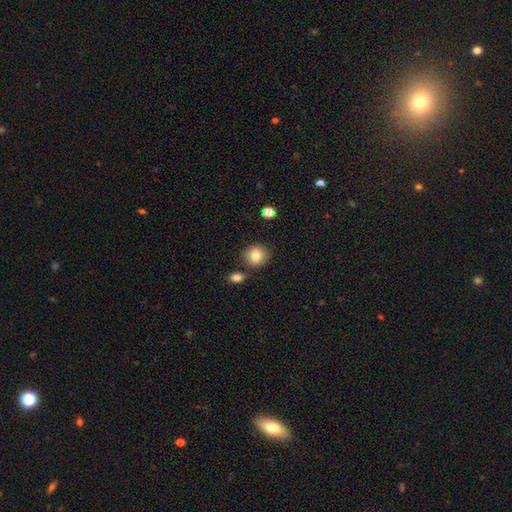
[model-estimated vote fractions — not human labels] A smooth galaxy with no disk features (82%) that is round (82%). Merging: none (80%).